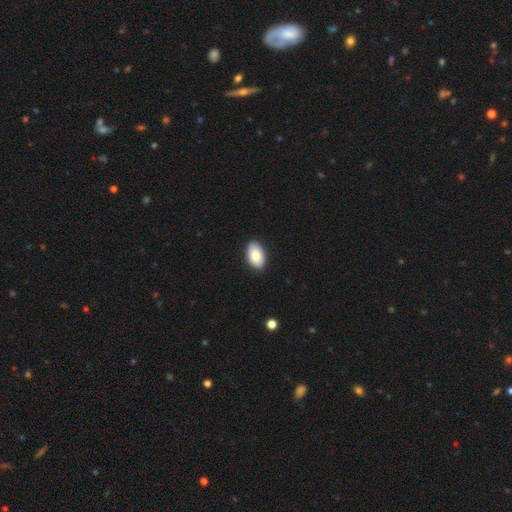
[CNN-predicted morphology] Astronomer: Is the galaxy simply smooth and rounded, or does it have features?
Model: smooth — 83%.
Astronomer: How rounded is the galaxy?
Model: in between — 93%.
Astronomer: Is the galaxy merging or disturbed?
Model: none — 88%.